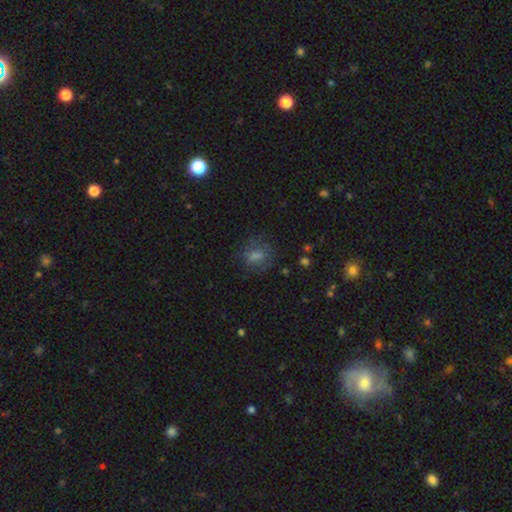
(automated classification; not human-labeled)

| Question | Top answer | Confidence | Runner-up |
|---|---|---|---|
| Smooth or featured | smooth | 59% | star or artifact (23%) |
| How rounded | round | 51% | in between (45%) |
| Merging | none | 73% | minor disturbance (16%) |